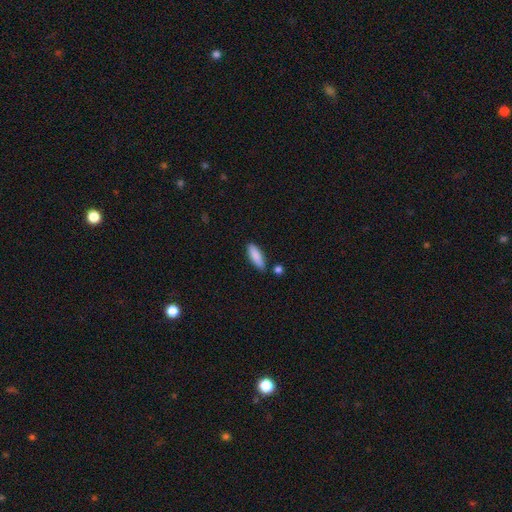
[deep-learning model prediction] Smooth or featured: smooth — 85% (featured or disk — 8%)
How rounded: in between — 53% (cigar-shaped — 45%)
Merging: none — 78% (minor disturbance — 14%)